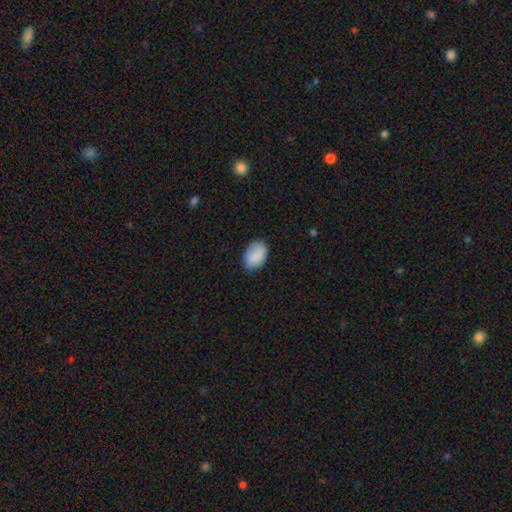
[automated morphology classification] Smooth or featured? smooth (88%)
How rounded? in between (87%)
Merging? none (81%)